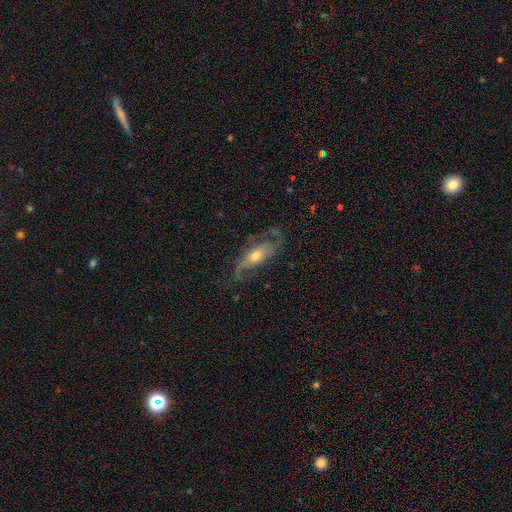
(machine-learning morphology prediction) Smooth or featured? featured or disk (80%)
Edge-on disk? no (83%)
Bar? no (60%)
Spiral arms? yes (91%)
Spiral winding? loose (51%)
Spiral arm count? 2 (78%)
Bulge size? moderate (62%)
Merging? none (59%)